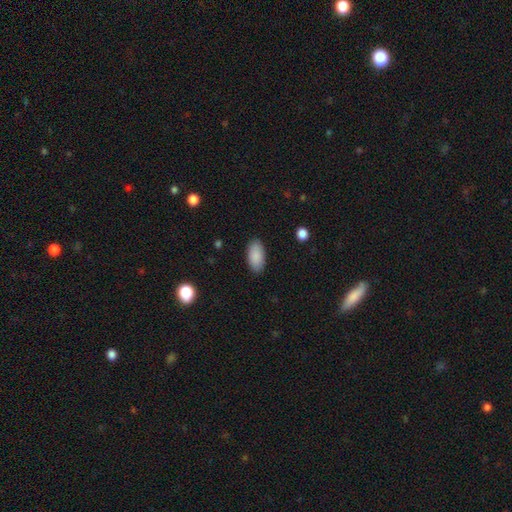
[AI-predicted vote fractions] Smooth or featured?
  - smooth: 89% *
  - star or artifact: 6%
  - featured or disk: 4%
How rounded?
  - in between: 94% *
  - cigar-shaped: 4%
  - round: 2%
Merging?
  - none: 87% *
  - minor disturbance: 10%
  - major disturbance: 2%
  - merger: 1%